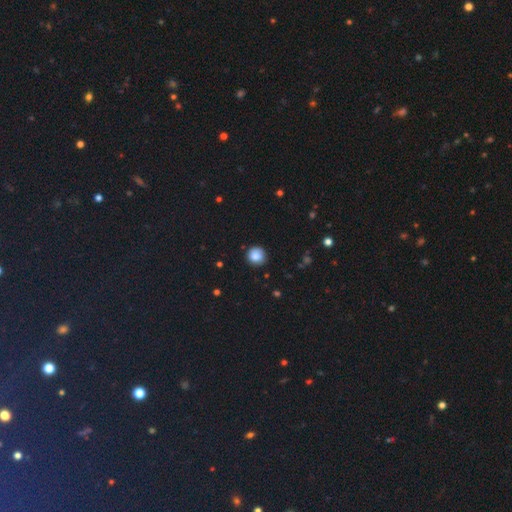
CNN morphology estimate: The model was most divided on "smooth or featured": smooth: 85%, star or artifact: 10%, featured or disk: 5%. More confident: how rounded — round (93%); merging — none (88%).